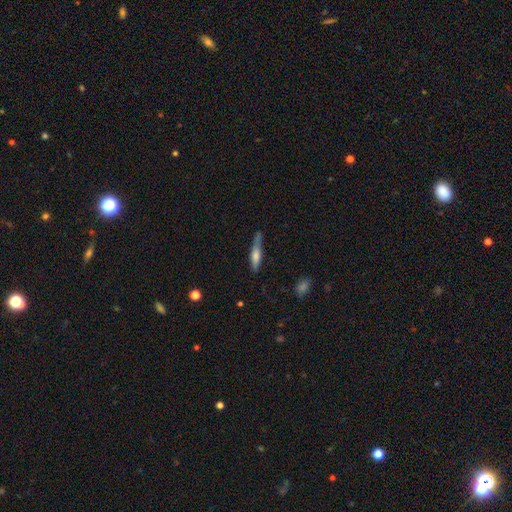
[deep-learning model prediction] The model was most divided on "merging": none: 57%, minor disturbance: 30%, major disturbance: 9%, merger: 4%. More confident: how rounded — cigar-shaped (81%); smooth or featured — smooth (62%).